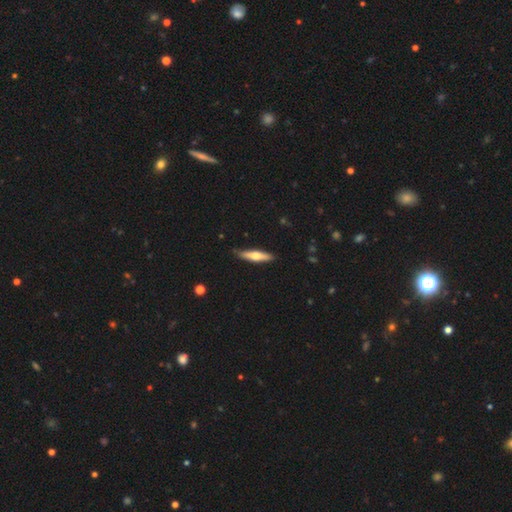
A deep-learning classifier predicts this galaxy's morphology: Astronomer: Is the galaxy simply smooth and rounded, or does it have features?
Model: featured or disk — 50% (runner-up: smooth, 45%).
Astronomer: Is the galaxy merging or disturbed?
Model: none — 87%.